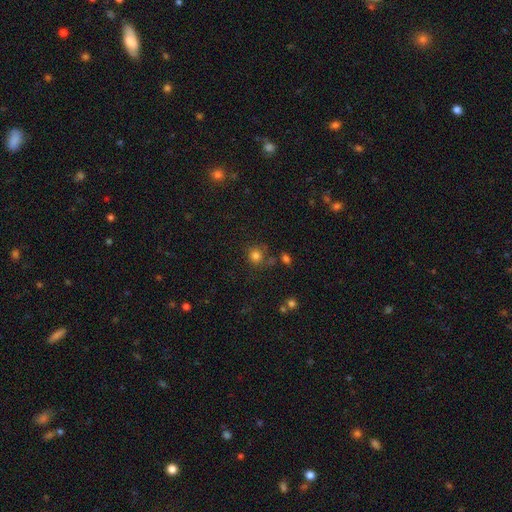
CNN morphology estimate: smooth 79%, star or artifact 15%, featured or disk 6%. Down the decision tree: how rounded — round (89%); merging — none (72%).